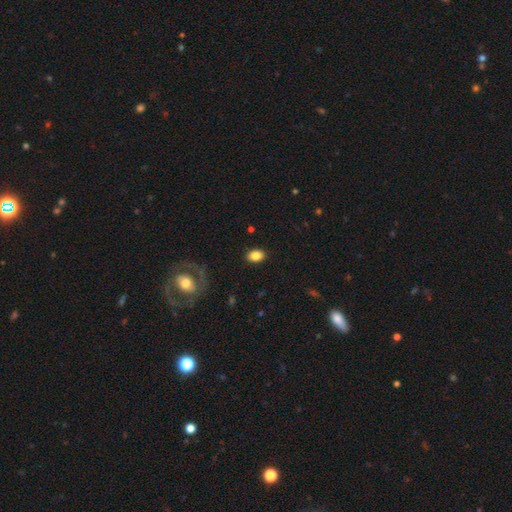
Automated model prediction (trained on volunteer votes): Smooth or featured? Predicted: smooth (p=0.85). How rounded? Predicted: in between (p=0.81). Merging? Predicted: none (p=0.88).